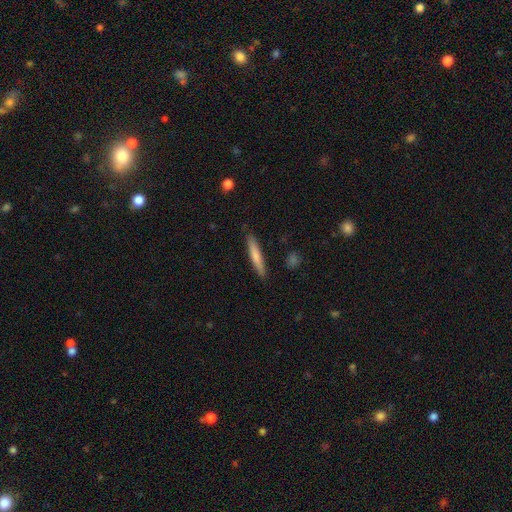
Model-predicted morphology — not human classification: The model was most divided on "smooth or featured": smooth: 73%, featured or disk: 21%, star or artifact: 6%. More confident: how rounded — cigar-shaped (93%); merging — none (88%).